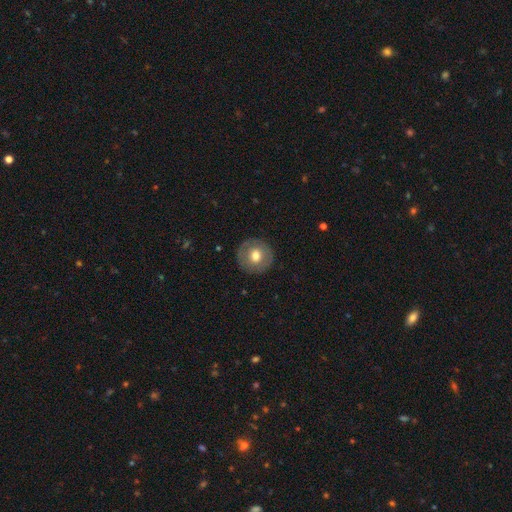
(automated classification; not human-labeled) This appears to be a smooth galaxy with no disk features (66%) that is round (95%). Merging: none (89%).